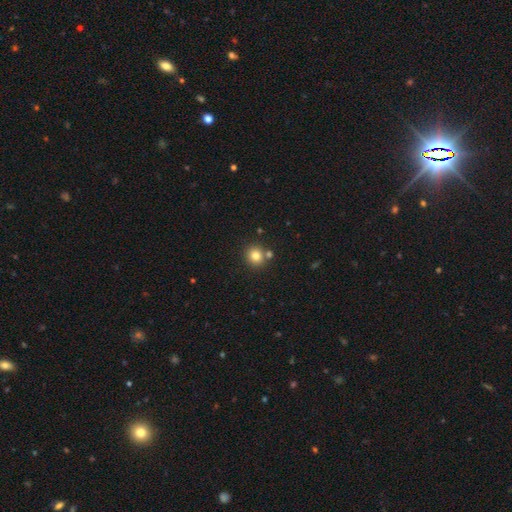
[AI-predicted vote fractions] smooth 80%, star or artifact 12%, featured or disk 7%. Down the decision tree: how rounded — round (85%); merging — none (76%).